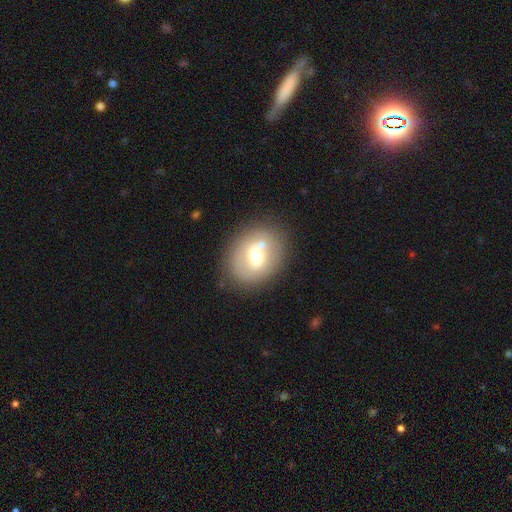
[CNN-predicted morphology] smooth_or_featured: smooth (p=0.51) [alt: featured or disk p=0.40]
how_rounded: in between (p=0.51) [alt: round p=0.48]
merging: none (p=0.67) [alt: minor disturbance p=0.14]